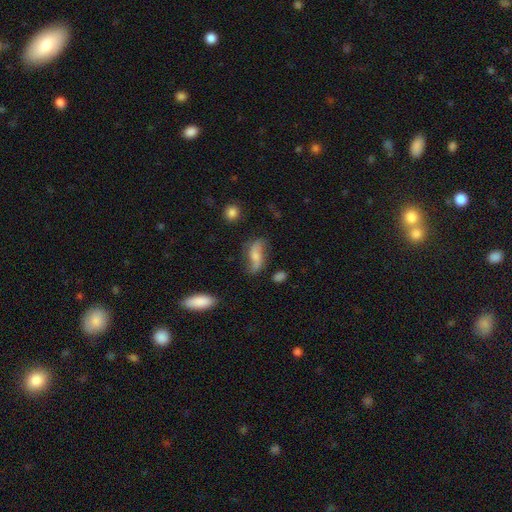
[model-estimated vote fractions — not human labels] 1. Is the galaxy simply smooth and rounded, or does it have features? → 62% featured or disk, 30% smooth, 8% star or artifact.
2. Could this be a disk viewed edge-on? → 90% no, 10% yes.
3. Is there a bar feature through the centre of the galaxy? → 55% no, 31% weak, 14% strong.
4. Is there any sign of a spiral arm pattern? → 89% yes, 11% no.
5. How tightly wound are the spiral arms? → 82% loose, 13% medium, 5% tight.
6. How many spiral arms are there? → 89% 2, 4% can't tell, 4% 1, 1% 3, 1% 4, 1% more than 4.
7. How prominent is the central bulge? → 41% small, 40% moderate, 11% none, 6% large, 2% dominant.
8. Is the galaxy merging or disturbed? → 64% none, 23% minor disturbance, 11% major disturbance, 3% merger.